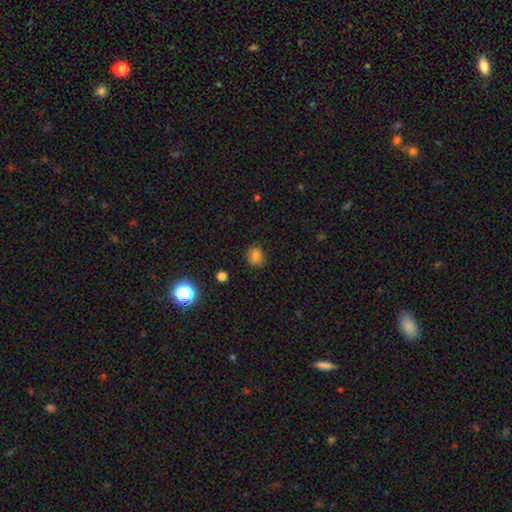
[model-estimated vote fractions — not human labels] Q: Smooth or featured?
A: smooth (81%); runner-up: star or artifact (13%)
Q: How rounded?
A: round (70%); runner-up: in between (29%)
Q: Merging?
A: none (79%); runner-up: minor disturbance (16%)